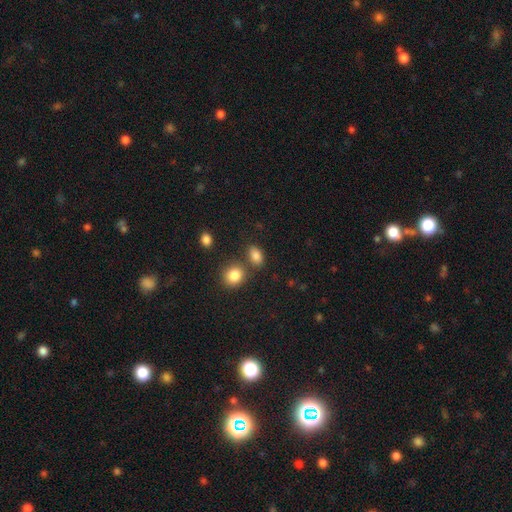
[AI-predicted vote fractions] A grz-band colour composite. It shows a smooth galaxy with no disk features (85%) that is in between round and cigar-shaped (78%). Merging: none (69%).